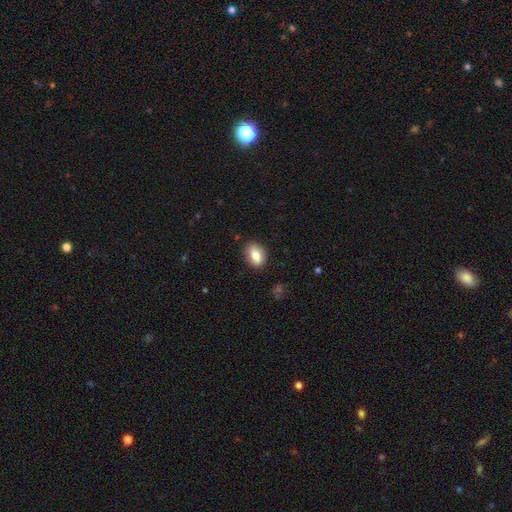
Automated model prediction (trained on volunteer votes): Smooth or featured: smooth — 80% (featured or disk — 12%)
How rounded: in between — 77% (round — 21%)
Merging: none — 84% (minor disturbance — 12%)